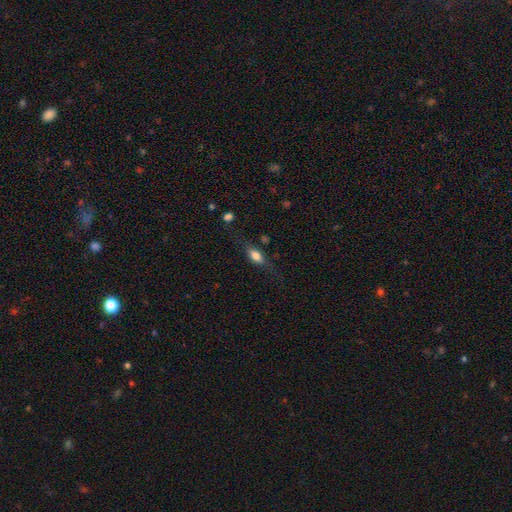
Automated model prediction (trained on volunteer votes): Smooth or featured? smooth (67%)
How rounded? in between (71%)
Merging? none (67%)